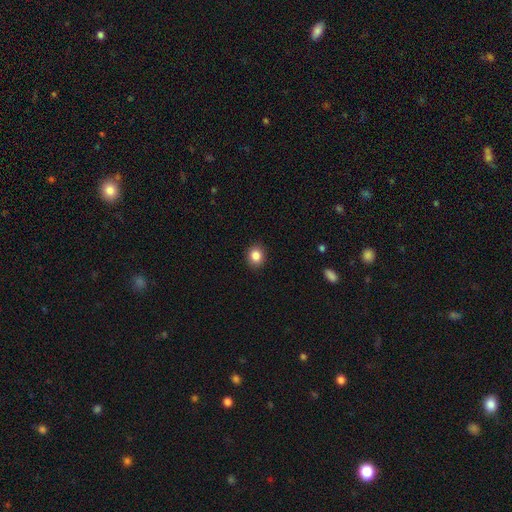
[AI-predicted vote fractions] Q: Smooth or featured?
A: smooth (86%); runner-up: star or artifact (9%)
Q: How rounded?
A: round (69%); runner-up: in between (30%)
Q: Merging?
A: none (90%); runner-up: minor disturbance (7%)